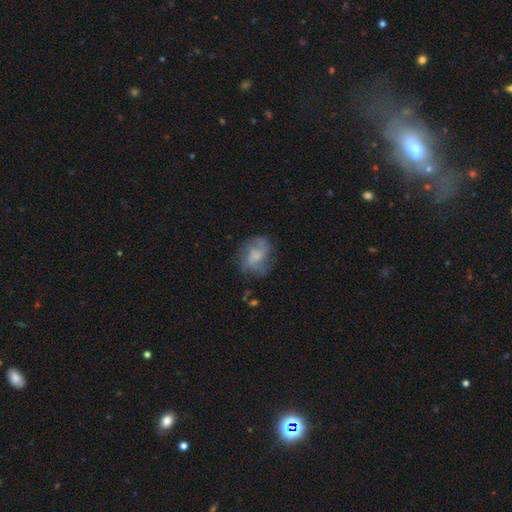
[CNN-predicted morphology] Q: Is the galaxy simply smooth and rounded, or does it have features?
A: featured or disk — 57%.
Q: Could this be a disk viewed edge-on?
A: no — 97%.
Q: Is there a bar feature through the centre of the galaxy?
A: no — 64%.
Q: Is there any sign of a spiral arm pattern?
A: yes — 79%.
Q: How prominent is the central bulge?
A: small — 45%.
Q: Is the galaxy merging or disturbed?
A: none — 65%.